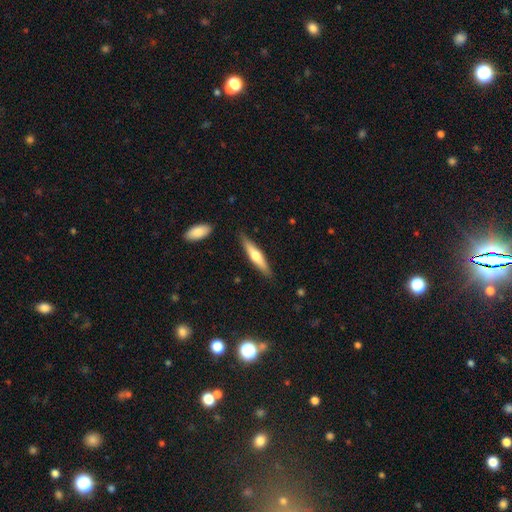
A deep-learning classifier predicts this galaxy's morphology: A smooth galaxy with no disk features (49%). Merging: none (87%).